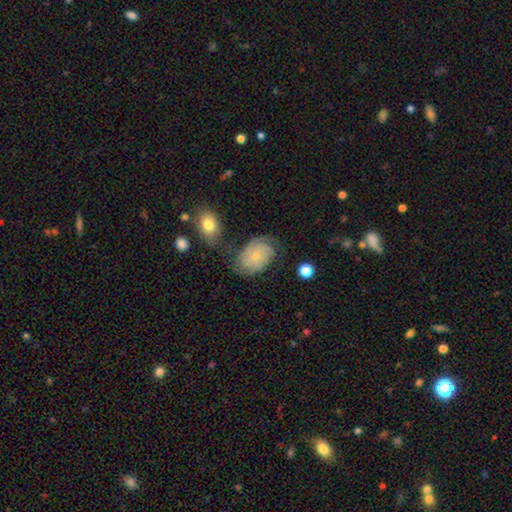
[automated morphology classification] featured or disk 54%, smooth 38%, star or artifact 8%. Down the decision tree: edge-on disk — no (96%); bar — no (80%); spiral arms — yes (84%); bulge size — small (77%); merging — none (56%).